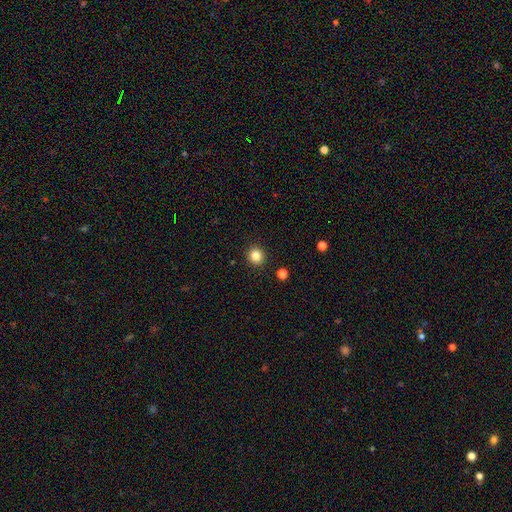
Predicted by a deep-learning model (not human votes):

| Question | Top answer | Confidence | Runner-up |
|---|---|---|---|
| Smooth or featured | smooth | 84% | star or artifact (12%) |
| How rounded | round | 92% | in between (7%) |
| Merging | none | 92% | minor disturbance (5%) |